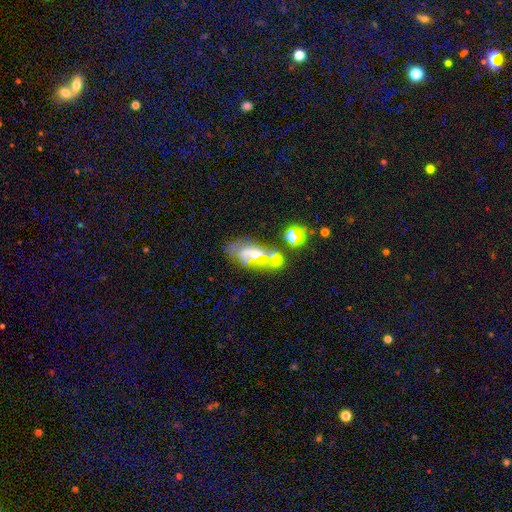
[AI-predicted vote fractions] Smooth or featured? Predicted: featured or disk (p=0.43). Merging? Predicted: none (p=0.35).